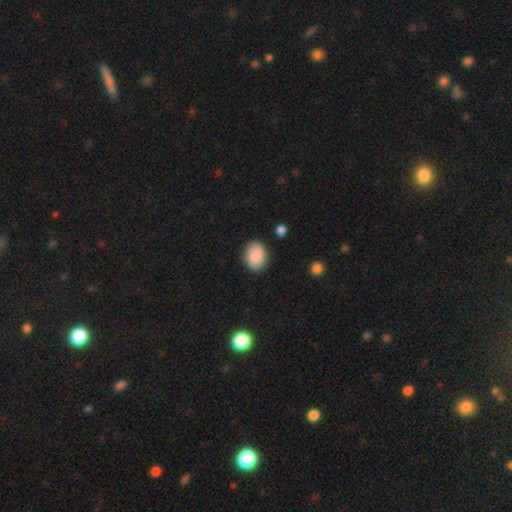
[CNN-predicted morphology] smooth-or-featured: smooth: 84% | featured or disk: 9% | star or artifact: 7%
  how-rounded: in between: 54% | round: 45% | cigar-shaped: 1%
  merging: none: 84% | minor disturbance: 11% | major disturbance: 3% | merger: 2%